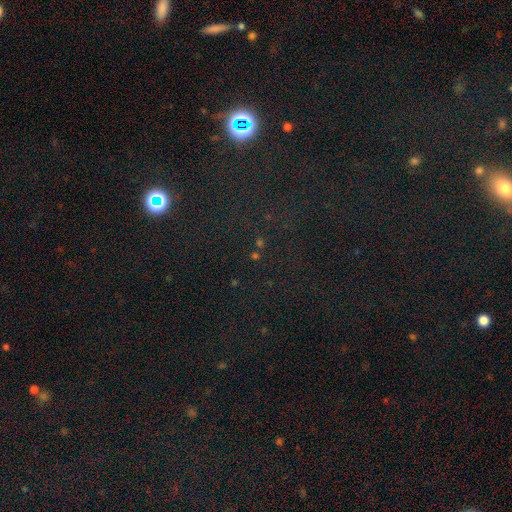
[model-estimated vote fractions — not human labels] smooth_or_featured: star or artifact (p=0.68) [alt: smooth p=0.23]